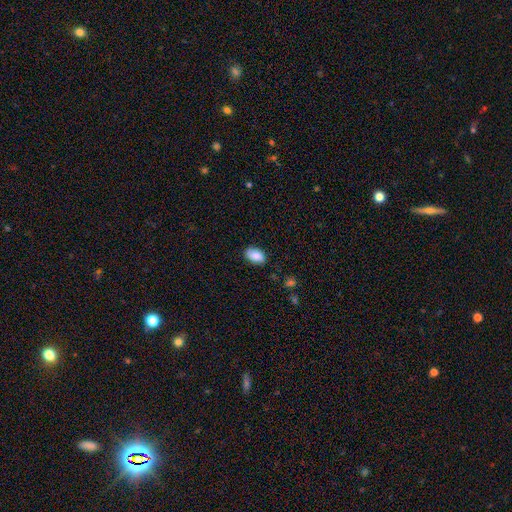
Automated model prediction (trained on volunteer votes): Smooth or featured? Predicted: smooth (p=0.85). How rounded? Predicted: in between (p=0.91). Merging? Predicted: none (p=0.80).